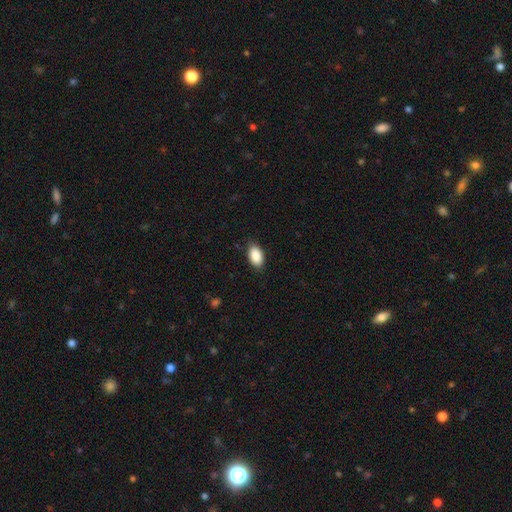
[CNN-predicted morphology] smooth-or-featured: smooth: 89% | star or artifact: 7% | featured or disk: 4%
  how-rounded: in between: 93% | round: 5% | cigar-shaped: 2%
  merging: none: 83% | minor disturbance: 13% | major disturbance: 3% | merger: 1%